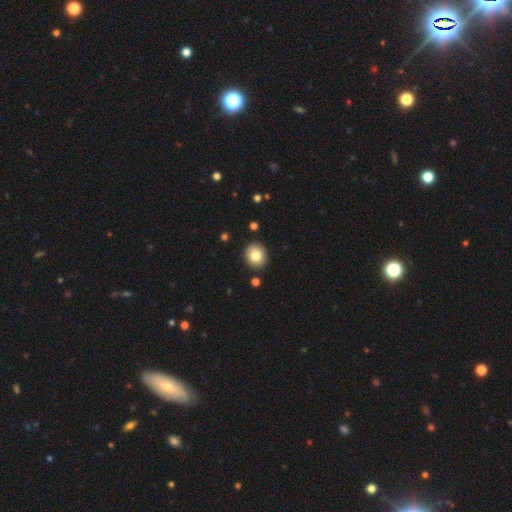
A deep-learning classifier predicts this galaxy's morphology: Smooth or featured?
  - smooth: 80% *
  - featured or disk: 10%
  - star or artifact: 9%
How rounded?
  - round: 76% *
  - in between: 23%
  - cigar-shaped: 1%
Merging?
  - none: 90% *
  - minor disturbance: 6%
  - merger: 2%
  - major disturbance: 2%